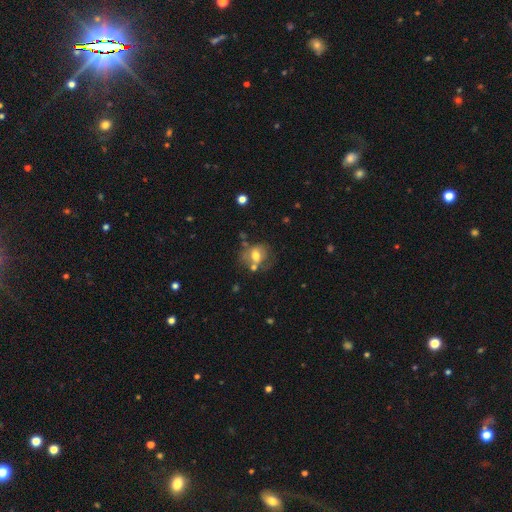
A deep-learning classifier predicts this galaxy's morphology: This is likely a smooth galaxy (61%). How rounded: possibly round (56%). Merging: possibly none (50%).